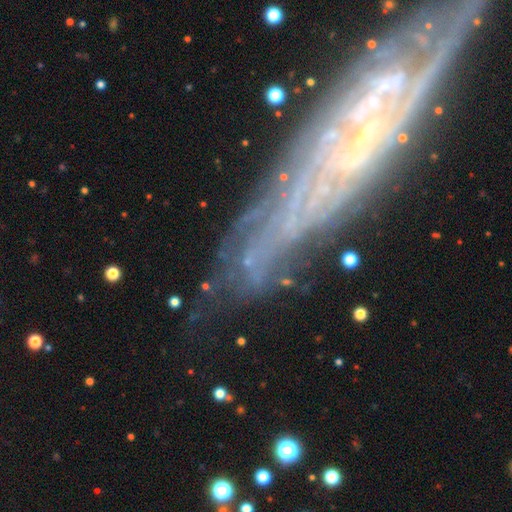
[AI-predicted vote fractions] This is likely a featured or disk galaxy (63%). It is likely not viewed edge-on (71%). Merging: likely none (68%).